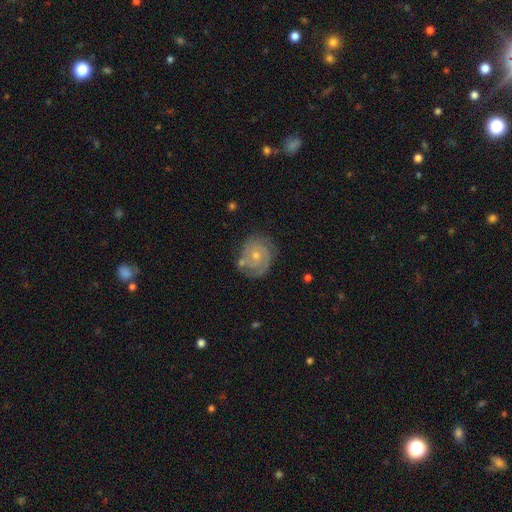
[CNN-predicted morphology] smooth-or-featured: featured or disk: 78% | smooth: 16% | star or artifact: 6%
  disk-edge-on: no: 98% | yes: 2%
    bar: no: 77% | weak: 20% | strong: 3%
    has-spiral-arms: yes: 93% | no: 7%
      spiral-winding: tight: 69% | medium: 25% | loose: 6%
      spiral-arm-count: 2: 43% | can't tell: 23% | 3: 21% | 1: 5% | 4: 5% | more than 4: 4%
    bulge-size: small: 53% | moderate: 43% | none: 2% | large: 1% | dominant: 1%
  merging: none: 70% | minor disturbance: 18% | merger: 6% | major disturbance: 6%